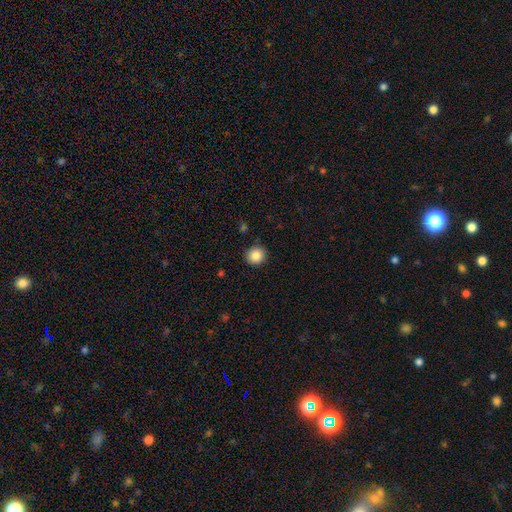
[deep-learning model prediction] Smooth or featured? smooth (87%)
How rounded? round (90%)
Merging? none (90%)